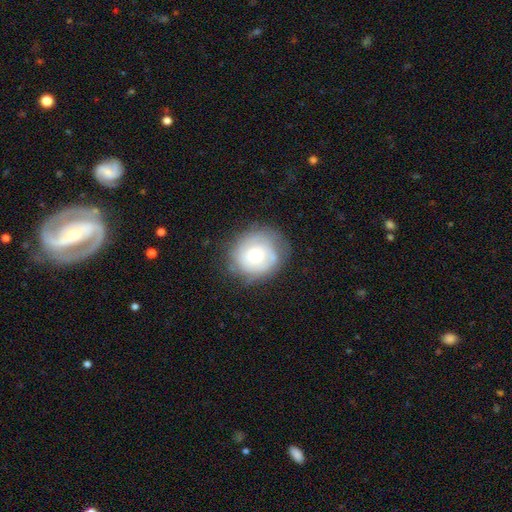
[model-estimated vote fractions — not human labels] This appears to be a featured or disk galaxy (50%). Merging: none (69%).